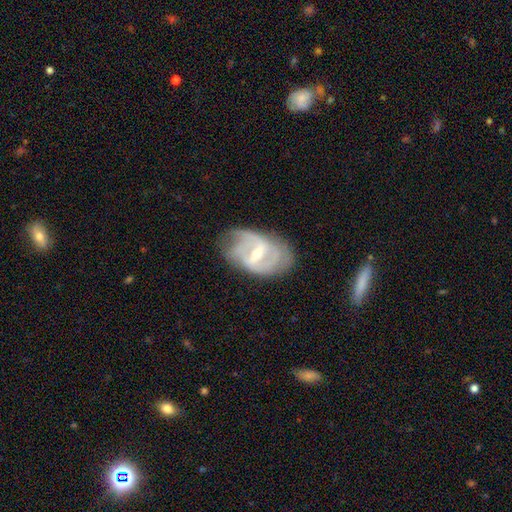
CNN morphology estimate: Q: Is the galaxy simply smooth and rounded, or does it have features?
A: featured or disk — 81%.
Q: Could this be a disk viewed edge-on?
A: no — 95%.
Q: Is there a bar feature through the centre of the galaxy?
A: weak — 45%.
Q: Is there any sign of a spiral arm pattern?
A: yes — 90%.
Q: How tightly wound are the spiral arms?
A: medium — 42%.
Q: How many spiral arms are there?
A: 2 — 53%.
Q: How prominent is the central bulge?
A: small — 49%.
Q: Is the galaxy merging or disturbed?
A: none — 64%.